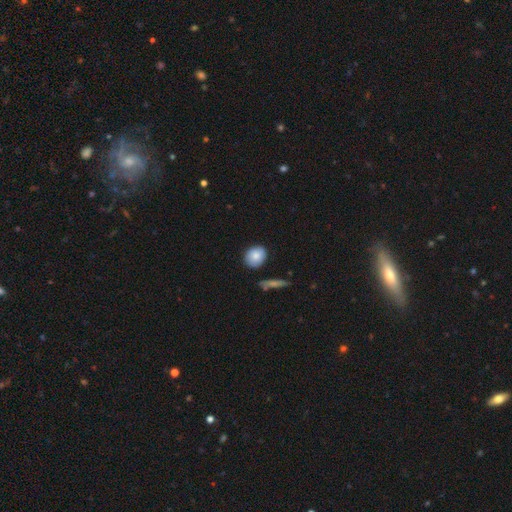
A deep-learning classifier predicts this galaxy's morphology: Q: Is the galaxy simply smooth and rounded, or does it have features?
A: smooth — 83%.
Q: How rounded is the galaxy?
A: round — 66%.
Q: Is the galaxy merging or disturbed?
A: none — 81%.